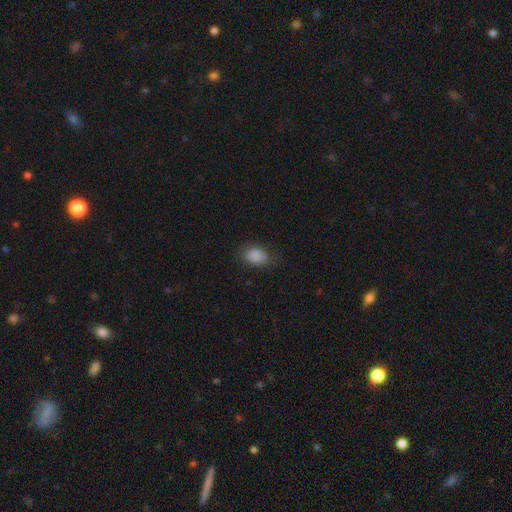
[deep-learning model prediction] Overall: smooth (87%). How rounded: in between (77%). Merging: none (78%).